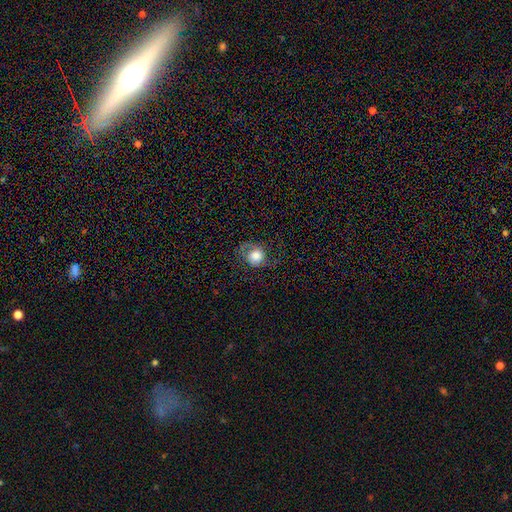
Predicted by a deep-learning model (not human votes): Overall: smooth (67%). How rounded: round (81%). Merging: none (64%).